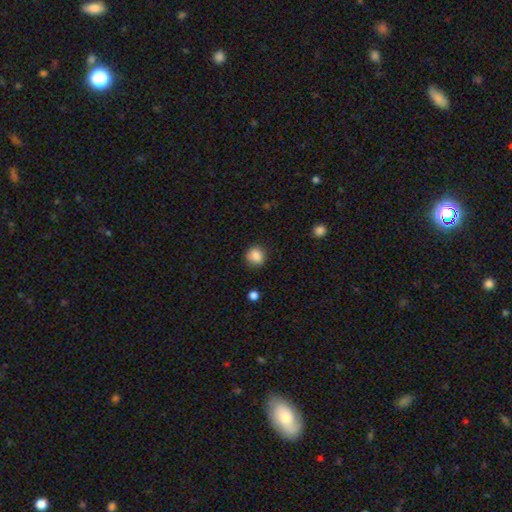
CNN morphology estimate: This is clearly a smooth galaxy (86%). How rounded: clearly round (85%). Merging: clearly none (85%).